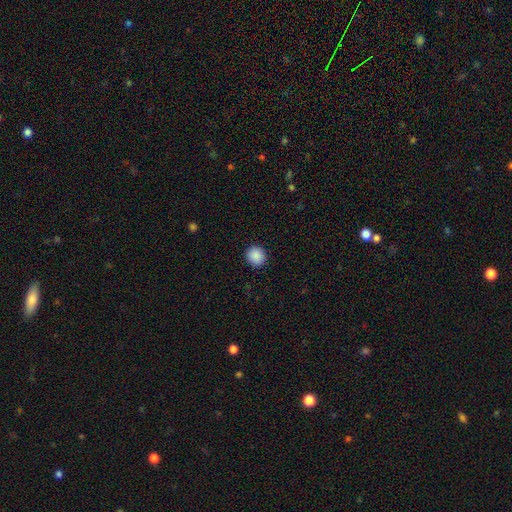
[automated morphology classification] smooth-or-featured: smooth: 89% | star or artifact: 8% | featured or disk: 3%
  how-rounded: round: 86% | in between: 13% | cigar-shaped: 1%
  merging: none: 92% | minor disturbance: 6% | major disturbance: 2% | merger: 1%